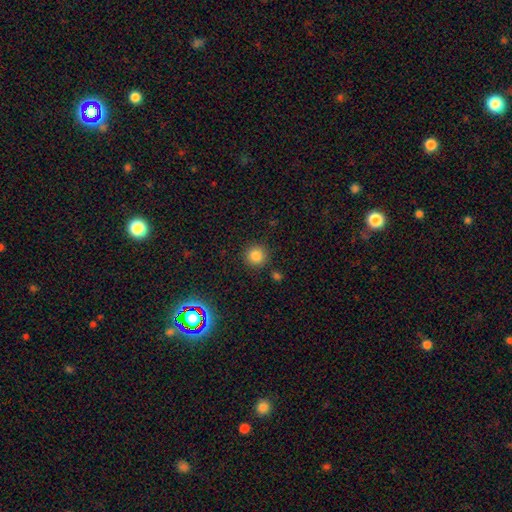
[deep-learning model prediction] Morphology: type=smooth (83%); roundness=round (94%); merging=none (87%).